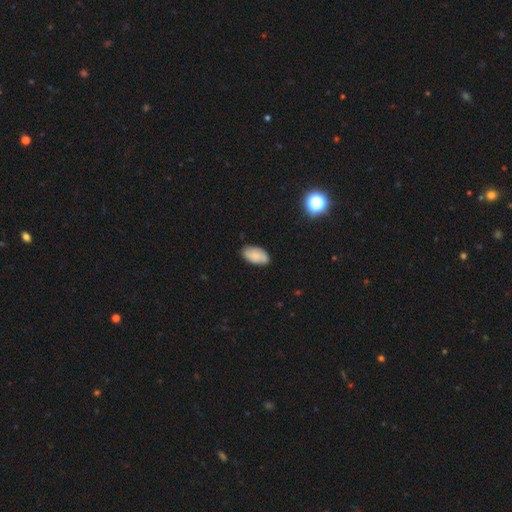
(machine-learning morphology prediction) Smooth or featured? Predicted: smooth (p=0.78). How rounded? Predicted: in between (p=0.94). Merging? Predicted: none (p=0.82).